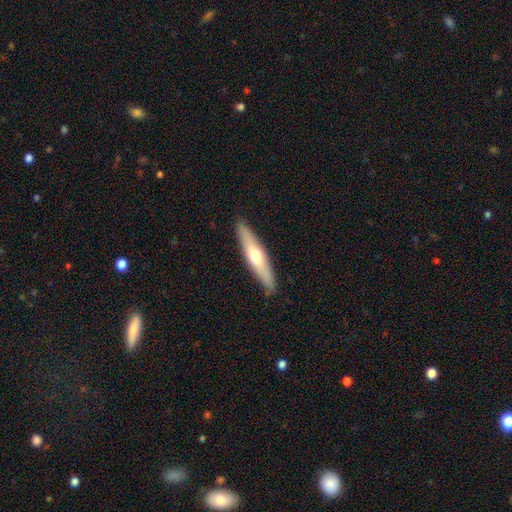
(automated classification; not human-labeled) Smooth or featured? Predicted: featured or disk (p=0.47, tied with smooth). Merging? Predicted: none (p=0.88).